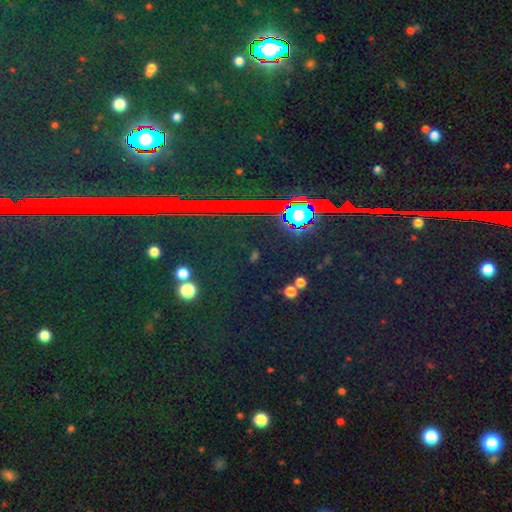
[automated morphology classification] A star or artifact, not a galaxy (86%).